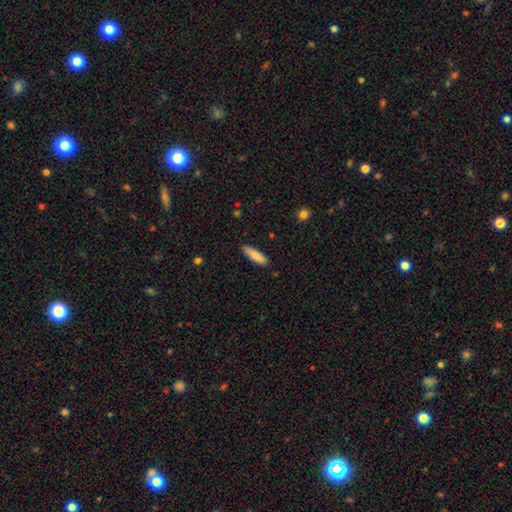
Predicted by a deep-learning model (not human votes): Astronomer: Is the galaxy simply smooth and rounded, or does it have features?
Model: smooth — 85%.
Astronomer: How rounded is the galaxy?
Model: cigar-shaped — 59% (runner-up: in between, 39%).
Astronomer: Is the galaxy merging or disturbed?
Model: none — 87%.